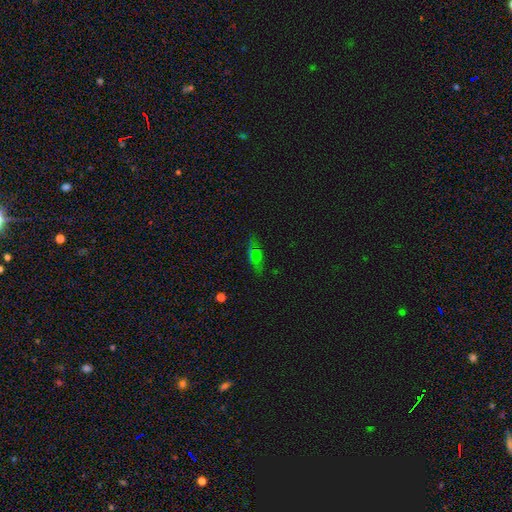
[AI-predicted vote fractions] A smooth galaxy with no disk features (40%). Merging: none (68%).